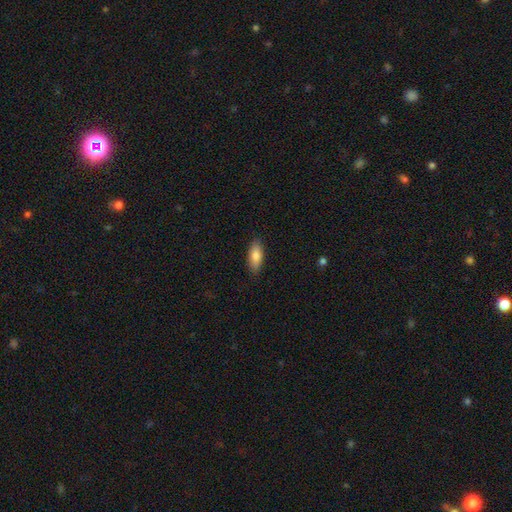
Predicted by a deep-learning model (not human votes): smooth_or_featured: smooth (p=0.82) [alt: featured or disk p=0.12]
how_rounded: in between (p=0.81) [alt: cigar-shaped p=0.17]
merging: none (p=0.88) [alt: minor disturbance p=0.09]